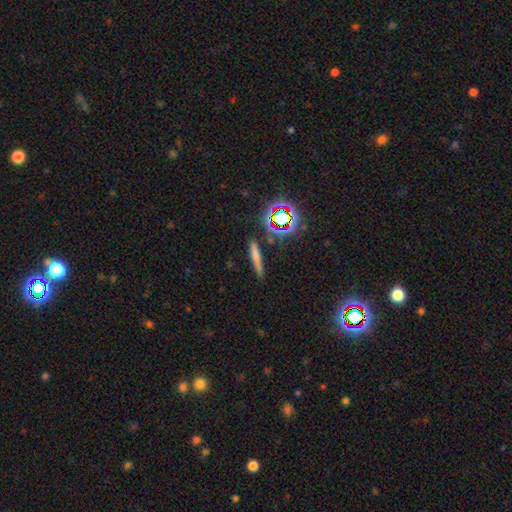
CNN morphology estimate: Smooth or featured?
  - smooth: 60% *
  - featured or disk: 22%
  - star or artifact: 18%
How rounded?
  - cigar-shaped: 87% *
  - in between: 8%
  - round: 5%
Merging?
  - none: 81% *
  - minor disturbance: 12%
  - merger: 4%
  - major disturbance: 4%